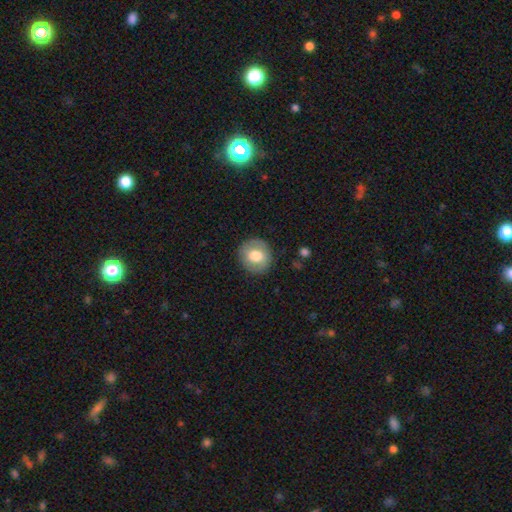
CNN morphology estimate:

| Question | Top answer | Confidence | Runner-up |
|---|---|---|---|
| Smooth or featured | smooth | 67% | featured or disk (26%) |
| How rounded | round | 87% | in between (12%) |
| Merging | none | 87% | minor disturbance (9%) |